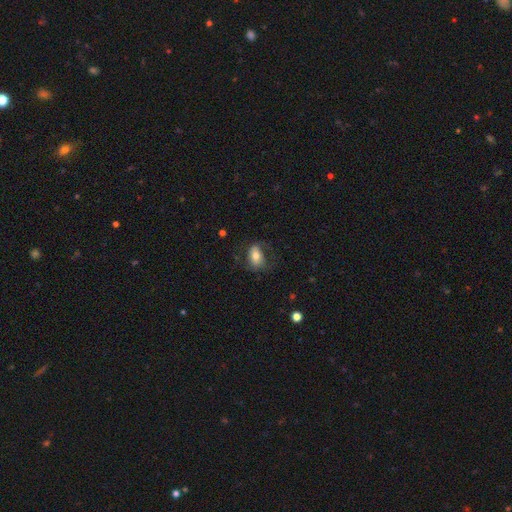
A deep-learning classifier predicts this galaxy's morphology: A smooth galaxy with no disk features (62%) that is in between round and cigar-shaped (82%).

Vote fractions:
- Smooth or featured? smooth: 62% / featured or disk: 29% / star or artifact: 8%
- How rounded? in between: 82% / round: 16% / cigar-shaped: 2%
- Merging? none: 60% / minor disturbance: 21% / major disturbance: 18% / merger: 2%